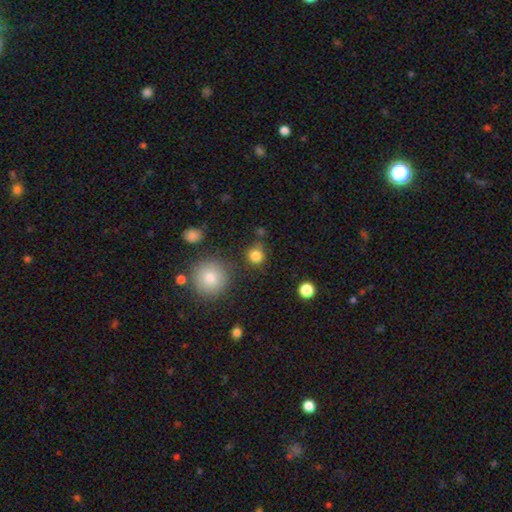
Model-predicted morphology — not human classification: Smooth or featured? smooth (83%)
How rounded? round (88%)
Merging? none (78%)